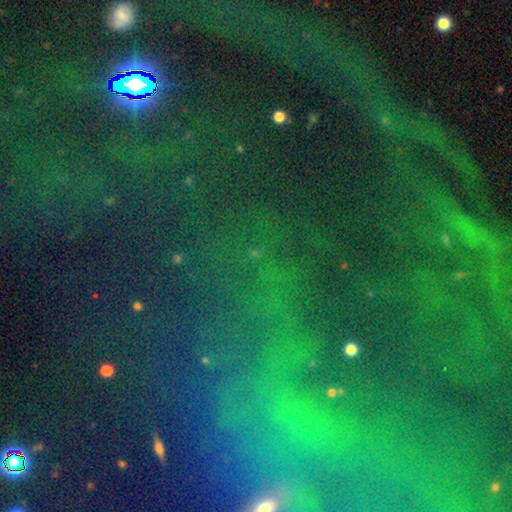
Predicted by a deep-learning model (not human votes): star or artifact 75%, featured or disk 13%, smooth 12%.